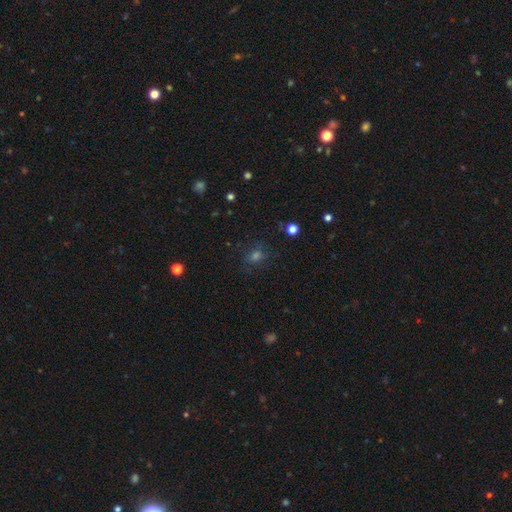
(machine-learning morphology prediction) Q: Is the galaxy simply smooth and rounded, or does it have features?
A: smooth — 53%.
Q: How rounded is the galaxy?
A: round — 65%.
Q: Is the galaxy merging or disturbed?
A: none — 78%.